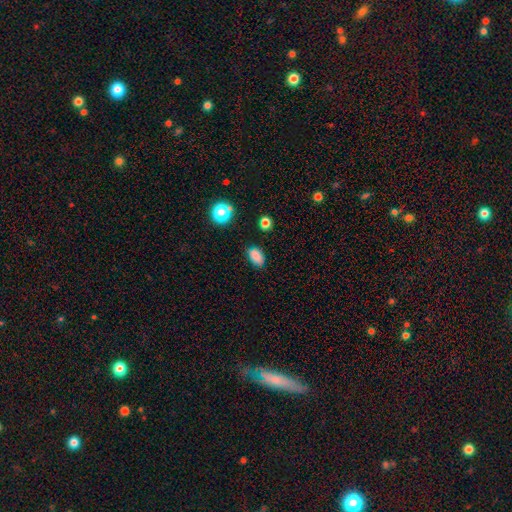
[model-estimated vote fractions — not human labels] This appears to be a smooth galaxy with no disk features (83%) that is in between round and cigar-shaped (84%). Merging: none (75%).